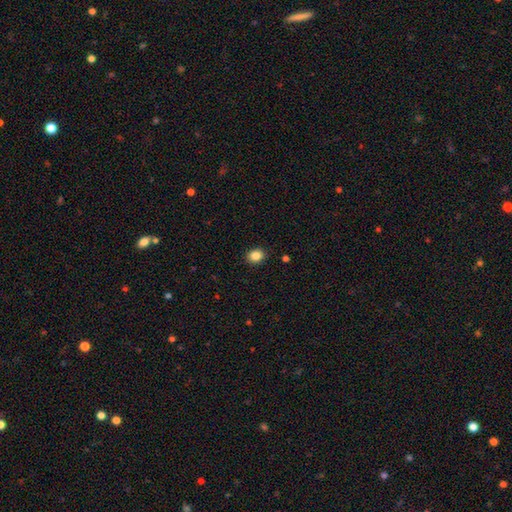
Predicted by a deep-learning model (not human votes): Q: Smooth or featured?
A: smooth (86%); runner-up: star or artifact (10%)
Q: How rounded?
A: round (56%); runner-up: in between (43%)
Q: Merging?
A: none (90%); runner-up: minor disturbance (7%)